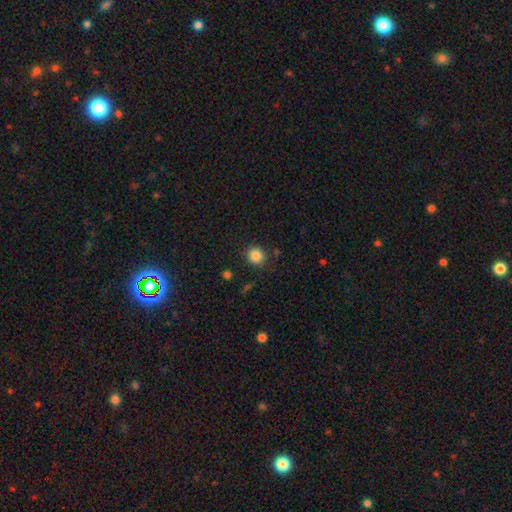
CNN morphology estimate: A smooth galaxy with no disk features (85%) that is round (86%). Merging: none (85%).